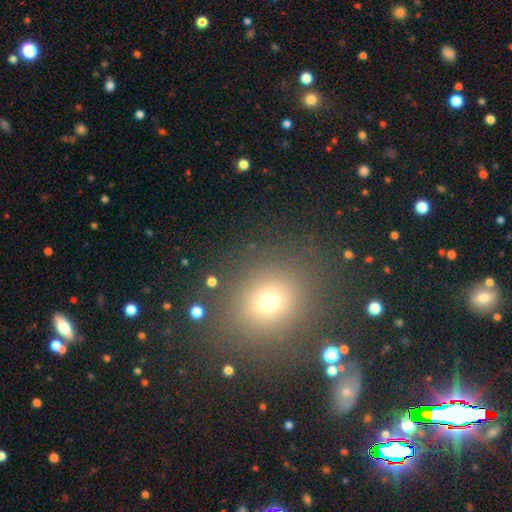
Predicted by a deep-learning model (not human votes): A smooth galaxy with no disk features (50%) that is round (77%).

Vote fractions:
- Smooth or featured? smooth: 50% / star or artifact: 40% / featured or disk: 10%
- How rounded? round: 77% / in between: 21% / cigar-shaped: 2%
- Merging? none: 86% / minor disturbance: 7% / major disturbance: 4% / merger: 3%